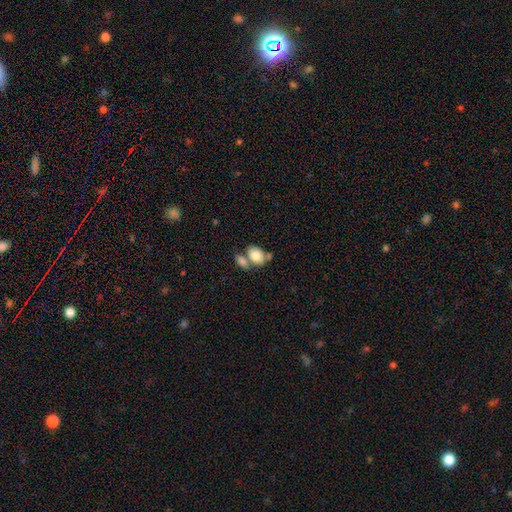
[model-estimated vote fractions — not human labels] This is likely a smooth galaxy (78%). How rounded: likely in between (74%). Merging: marginally merger (44%).